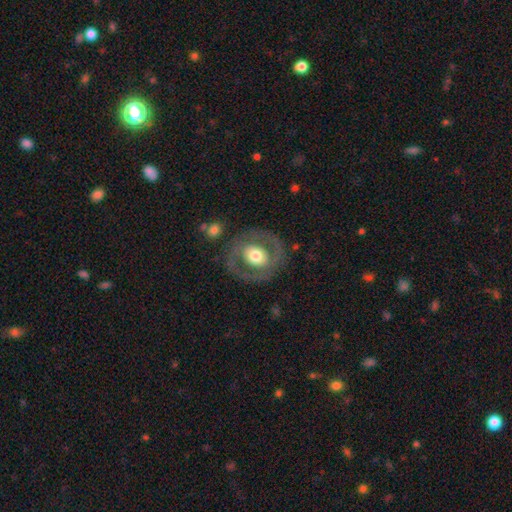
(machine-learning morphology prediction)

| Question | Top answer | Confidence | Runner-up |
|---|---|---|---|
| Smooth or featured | featured or disk | 59% | smooth (36%) |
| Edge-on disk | no | 96% | yes (4%) |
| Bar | no | 72% | weak (19%) |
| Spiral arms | no | 67% | yes (33%) |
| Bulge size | moderate | 52% | large (39%) |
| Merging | none | 80% | minor disturbance (11%) |